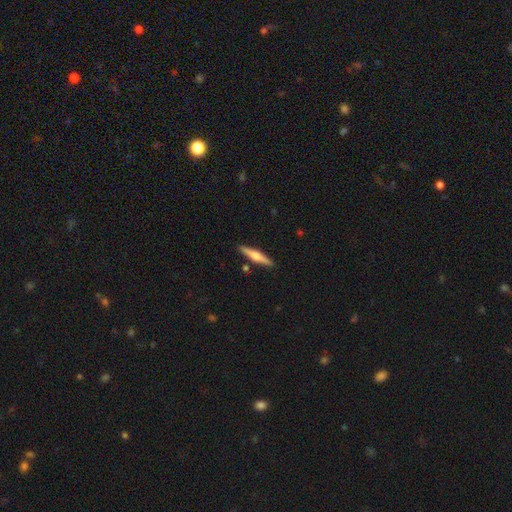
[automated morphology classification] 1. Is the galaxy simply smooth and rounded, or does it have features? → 55% featured or disk, 40% smooth, 5% star or artifact.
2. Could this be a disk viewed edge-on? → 97% yes, 3% no.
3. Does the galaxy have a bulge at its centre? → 86% rounded, 9% boxy, 5% none.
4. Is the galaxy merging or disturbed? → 88% none, 8% minor disturbance, 3% merger, 2% major disturbance.